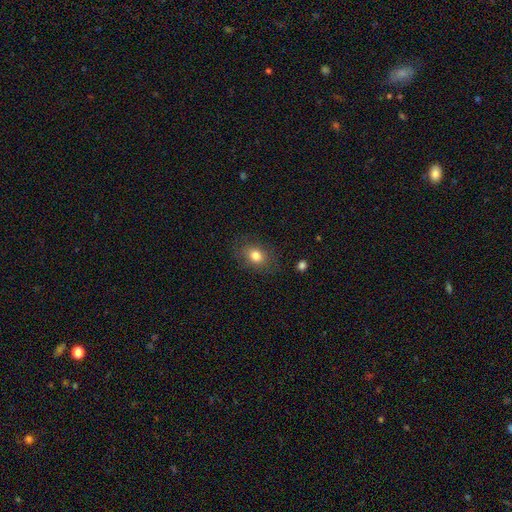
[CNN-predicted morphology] A smooth galaxy with no disk features (80%) that is in between round and cigar-shaped (66%). Merging: none (82%).